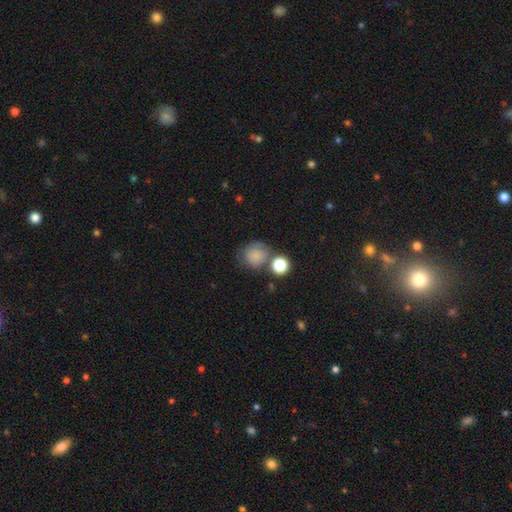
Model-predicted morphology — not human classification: smooth-or-featured: smooth: 81% | star or artifact: 10% | featured or disk: 9%
  how-rounded: round: 82% | in between: 17% | cigar-shaped: 1%
  merging: none: 53% | merger: 20% | minor disturbance: 19% | major disturbance: 8%